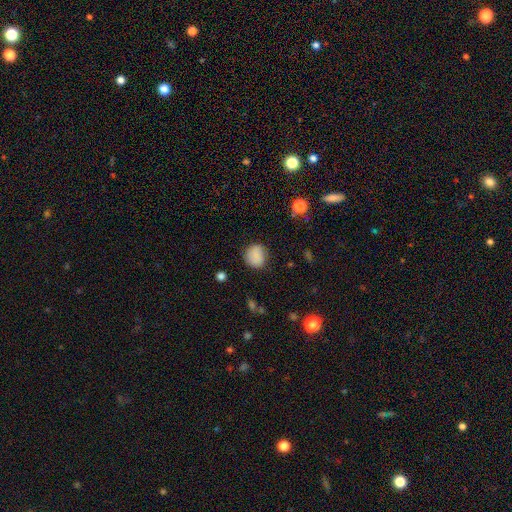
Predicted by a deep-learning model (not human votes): The model was most divided on "how rounded": round: 78%, in between: 21%, cigar-shaped: 1%. More confident: smooth or featured — smooth (84%); merging — none (81%).